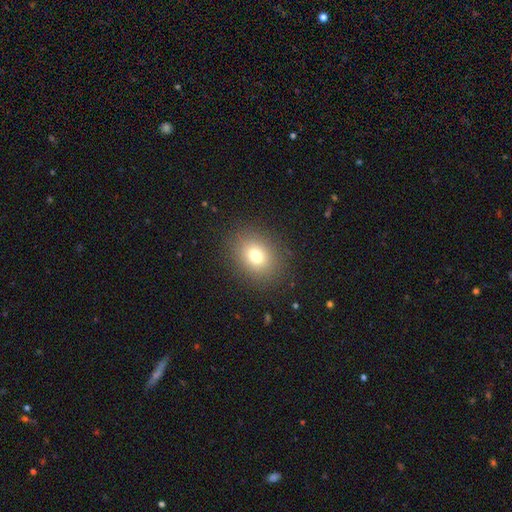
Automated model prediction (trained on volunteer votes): smooth_or_featured: smooth (p=0.75) [alt: star or artifact p=0.14]
how_rounded: round (p=0.56) [alt: in between p=0.43]
merging: none (p=0.87) [alt: minor disturbance p=0.08]